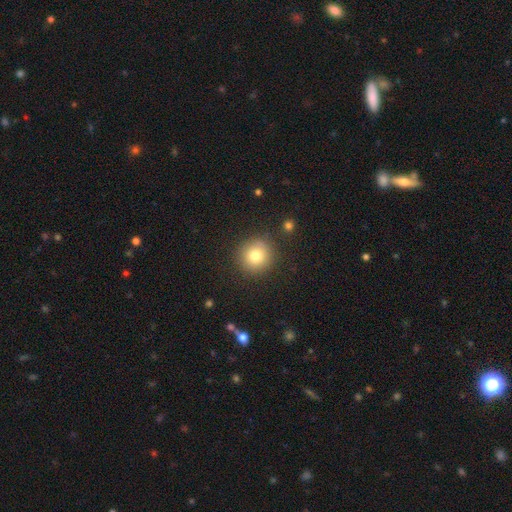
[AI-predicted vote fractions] The model was most divided on "smooth or featured": smooth: 78%, star or artifact: 12%, featured or disk: 11%. More confident: how rounded — round (93%); merging — none (88%).